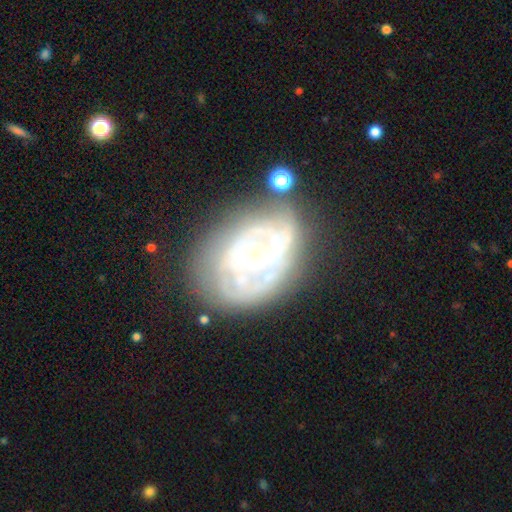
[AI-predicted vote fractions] Q: Smooth or featured?
A: featured or disk (75%); runner-up: smooth (17%)
Q: Edge-on disk?
A: no (97%); runner-up: yes (3%)
Q: Bar?
A: no (83%); runner-up: weak (13%)
Q: Spiral arms?
A: yes (65%); runner-up: no (35%)
Q: Bulge size?
A: small (79%); runner-up: moderate (12%)
Q: Merging?
A: none (54%); runner-up: minor disturbance (24%)